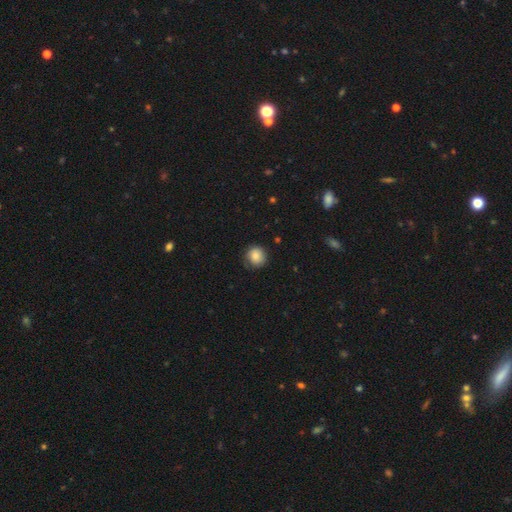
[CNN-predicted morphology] Smooth or featured? smooth (81%)
How rounded? round (89%)
Merging? none (75%)